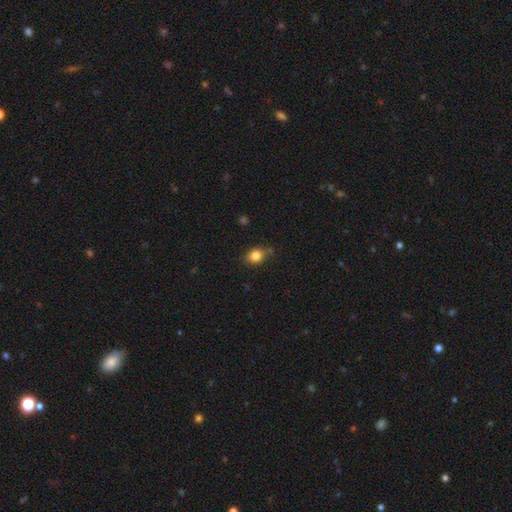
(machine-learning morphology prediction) The model was most divided on "how rounded": in between: 53%, round: 46%, cigar-shaped: 1%. More confident: smooth or featured — smooth (83%); merging — none (73%).